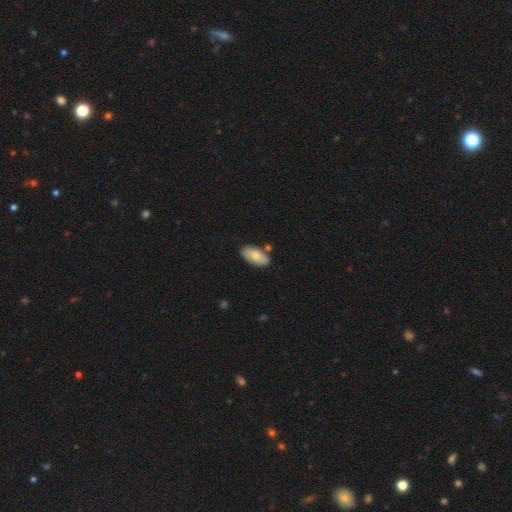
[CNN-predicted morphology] A smooth galaxy with no disk features (77%) that is in between round and cigar-shaped (92%).

Vote fractions:
- Smooth or featured? smooth: 77% / featured or disk: 17% / star or artifact: 6%
- How rounded? in between: 92% / cigar-shaped: 5% / round: 3%
- Merging? none: 79% / minor disturbance: 13% / merger: 6% / major disturbance: 2%